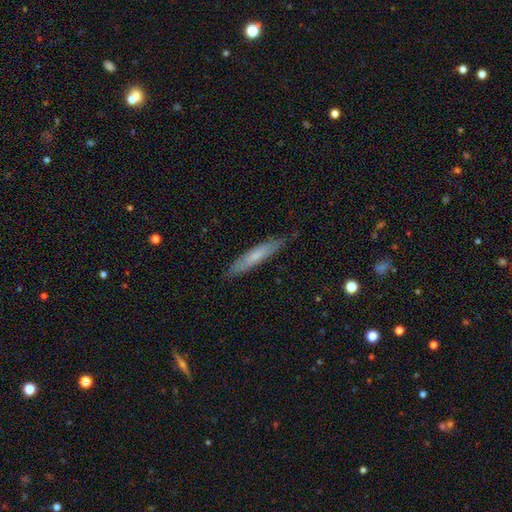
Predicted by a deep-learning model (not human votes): This appears to be a smooth galaxy with no disk features (58%) that is cigar-shaped (88%). Merging: none (84%).